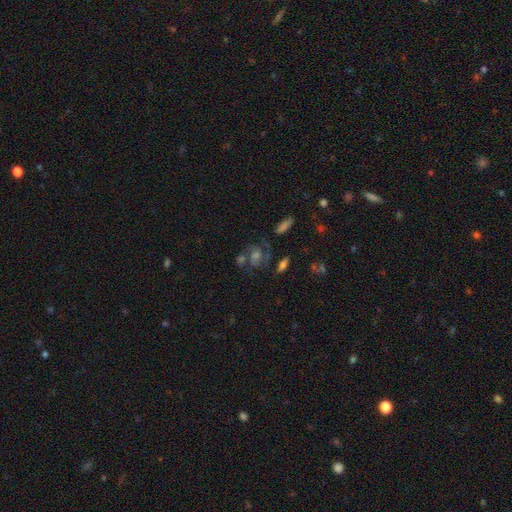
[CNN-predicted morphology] Smooth or featured: featured or disk — 58% (star or artifact — 21%)
Edge-on disk: no — 95% (yes — 5%)
Bar: no — 67% (weak — 26%)
Spiral arms: yes — 82% (no — 18%)
Bulge size: moderate — 44% (small — 29%)
Merging: none — 59% (merger — 15%)